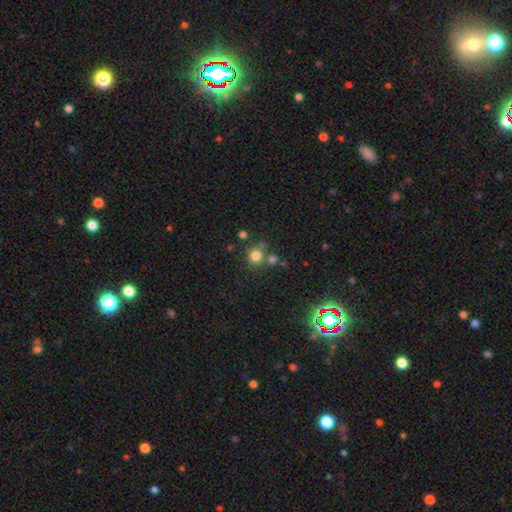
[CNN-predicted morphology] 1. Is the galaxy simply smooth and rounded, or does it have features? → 77% smooth, 16% star or artifact, 7% featured or disk.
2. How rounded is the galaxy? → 88% round, 11% in between, 1% cigar-shaped.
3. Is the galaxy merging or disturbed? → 69% none, 18% merger, 9% minor disturbance, 4% major disturbance.